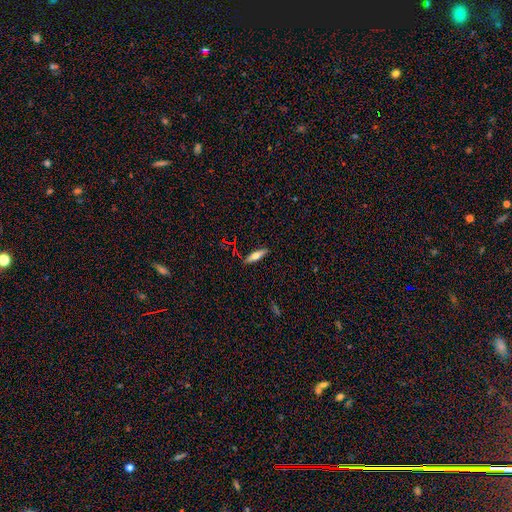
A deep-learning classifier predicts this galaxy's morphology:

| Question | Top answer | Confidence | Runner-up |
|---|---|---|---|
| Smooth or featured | smooth | 59% | featured or disk (33%) |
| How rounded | cigar-shaped | 63% | in between (35%) |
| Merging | none | 87% | minor disturbance (9%) |